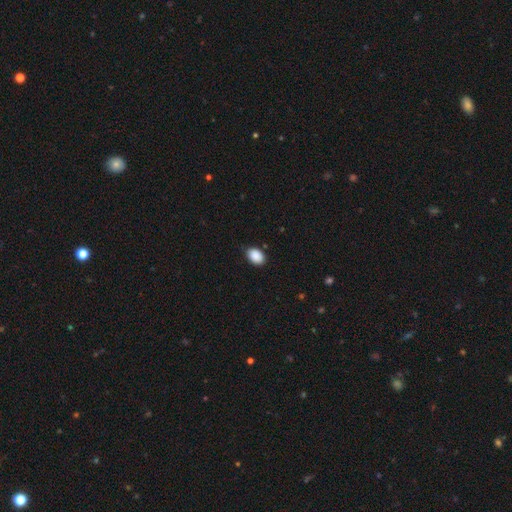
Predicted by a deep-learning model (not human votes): Smooth or featured? Predicted: smooth (p=0.90). How rounded? Predicted: in between (p=0.84). Merging? Predicted: none (p=0.84).